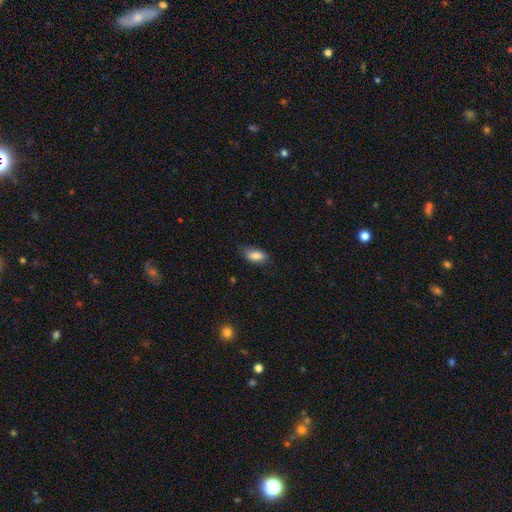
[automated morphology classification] Smooth or featured?
  - smooth: 83% *
  - featured or disk: 9%
  - star or artifact: 7%
How rounded?
  - in between: 85% *
  - cigar-shaped: 12%
  - round: 3%
Merging?
  - none: 71% *
  - minor disturbance: 22%
  - major disturbance: 5%
  - merger: 1%